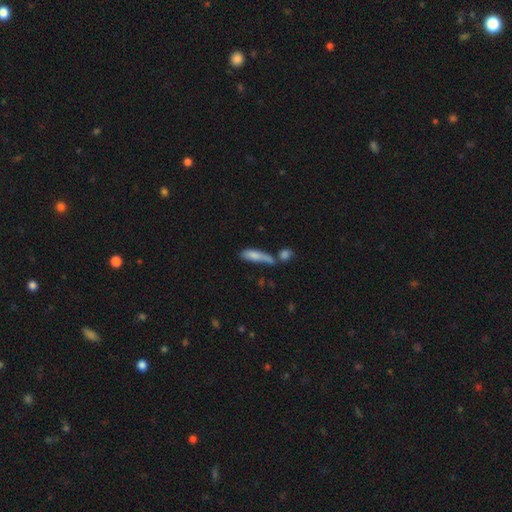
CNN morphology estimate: The model was most divided on "merging": merger: 37%, none: 33%, minor disturbance: 19%, major disturbance: 12%. More confident: smooth or featured — smooth (76%); how rounded — cigar-shaped (57%).